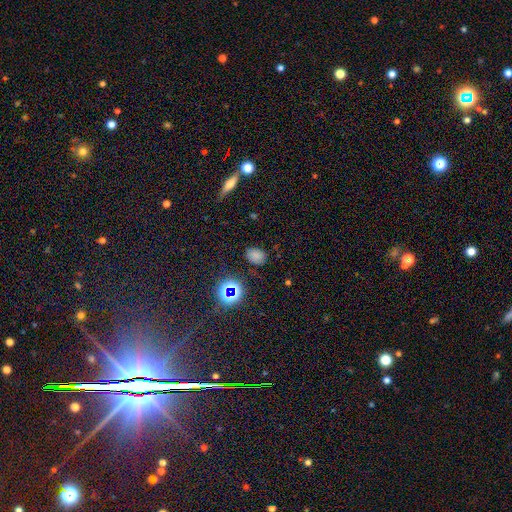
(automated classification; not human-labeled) Smooth or featured: smooth — 70% (star or artifact — 23%)
How rounded: in between — 71% (round — 28%)
Merging: none — 80% (minor disturbance — 14%)